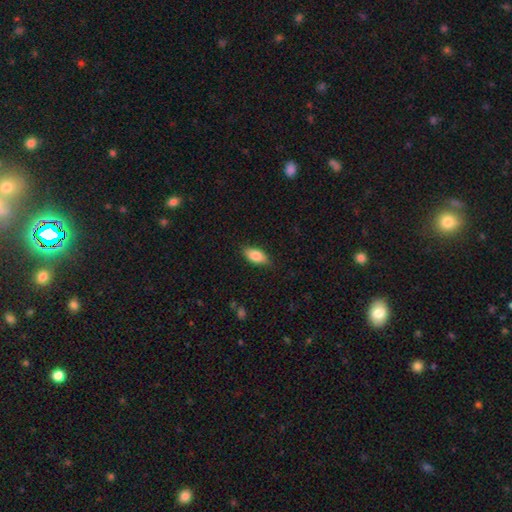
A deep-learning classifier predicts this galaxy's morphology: Overall: smooth (82%). How rounded: in between (88%). Merging: none (85%).